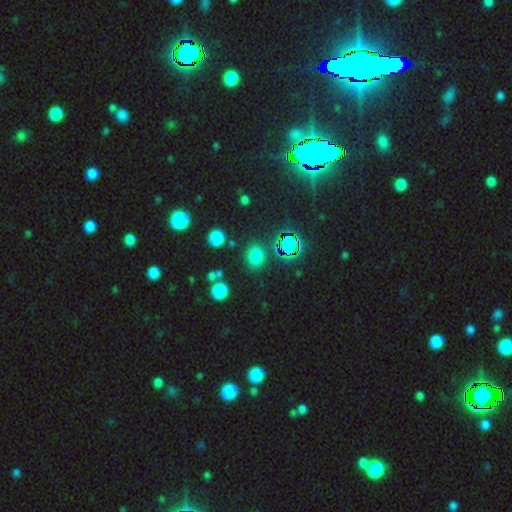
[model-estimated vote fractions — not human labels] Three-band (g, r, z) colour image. It shows a smooth galaxy with no disk features (63%) that is round (59%). Merging: none (81%).